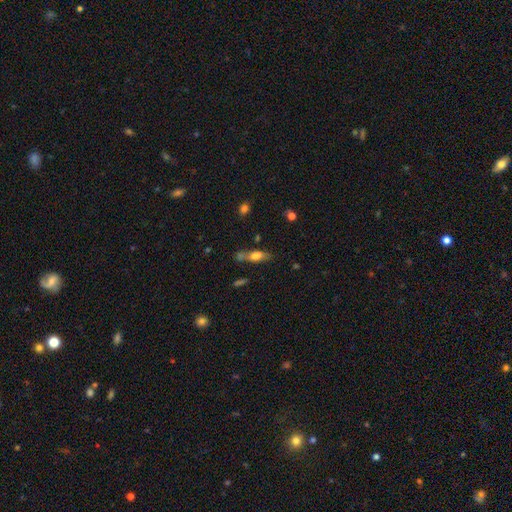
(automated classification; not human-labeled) Smooth or featured? Predicted: smooth (p=0.60). How rounded? Predicted: in between (p=0.52). Merging? Predicted: none (p=0.56).